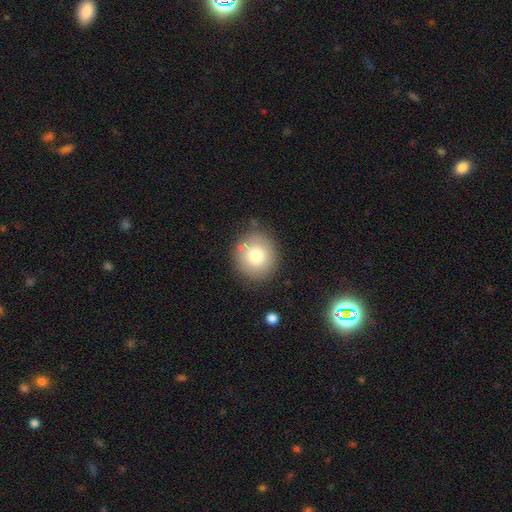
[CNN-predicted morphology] Q: Smooth or featured?
A: smooth (76%); runner-up: featured or disk (14%)
Q: How rounded?
A: round (88%); runner-up: in between (11%)
Q: Merging?
A: none (83%); runner-up: minor disturbance (11%)